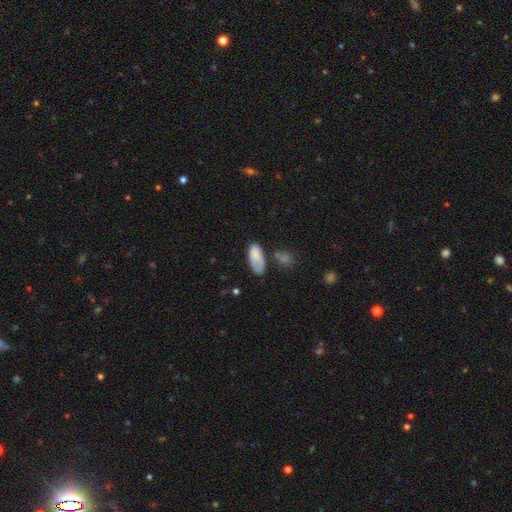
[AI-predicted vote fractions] The model was most divided on "merging": none: 46%, minor disturbance: 29%, major disturbance: 14%, merger: 10%. More confident: how rounded — in between (88%); smooth or featured — smooth (79%).